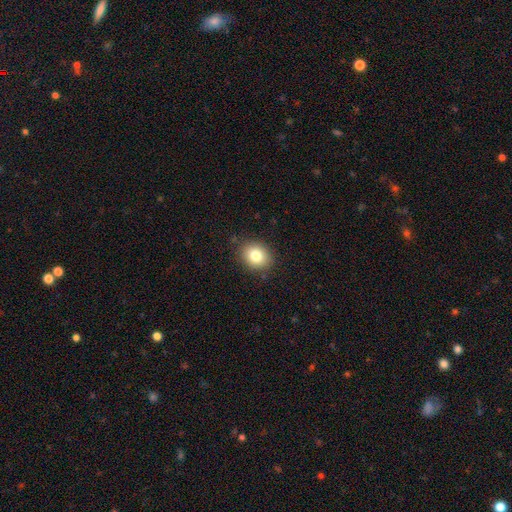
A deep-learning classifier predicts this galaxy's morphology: Smooth or featured?
  - smooth: 80% *
  - star or artifact: 11%
  - featured or disk: 9%
How rounded?
  - round: 60% *
  - in between: 39%
  - cigar-shaped: 1%
Merging?
  - none: 87% *
  - minor disturbance: 10%
  - major disturbance: 3%
  - merger: 1%